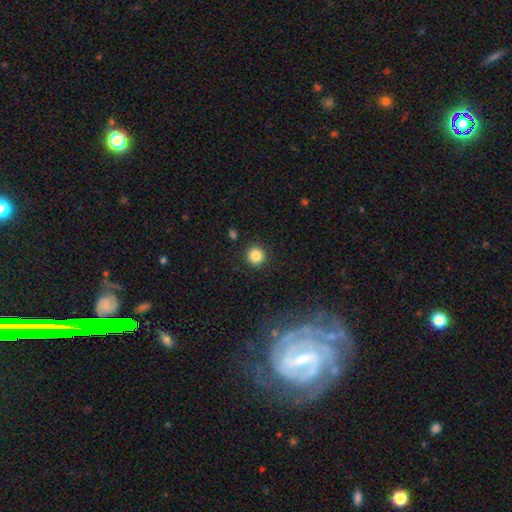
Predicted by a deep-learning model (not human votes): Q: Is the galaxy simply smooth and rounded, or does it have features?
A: smooth — 85%.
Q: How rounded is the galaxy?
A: round — 94%.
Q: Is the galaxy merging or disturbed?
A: none — 91%.